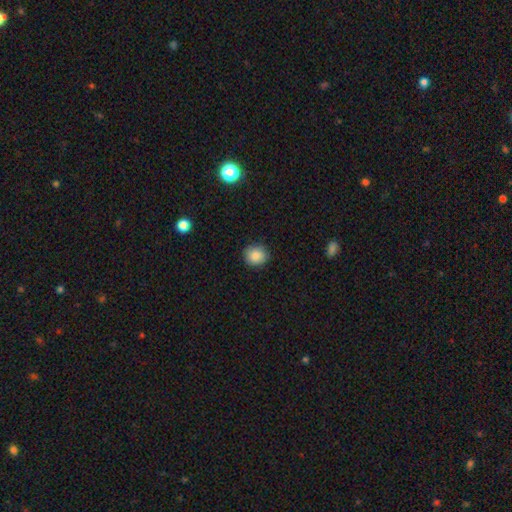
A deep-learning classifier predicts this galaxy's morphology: type=smooth (87%); roundness=round (84%); merging=none (88%).